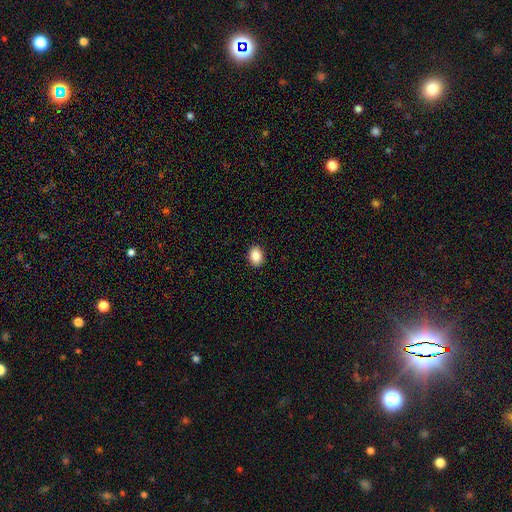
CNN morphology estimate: Smooth or featured? Predicted: smooth (p=0.88). How rounded? Predicted: in between (p=0.71). Merging? Predicted: none (p=0.90).